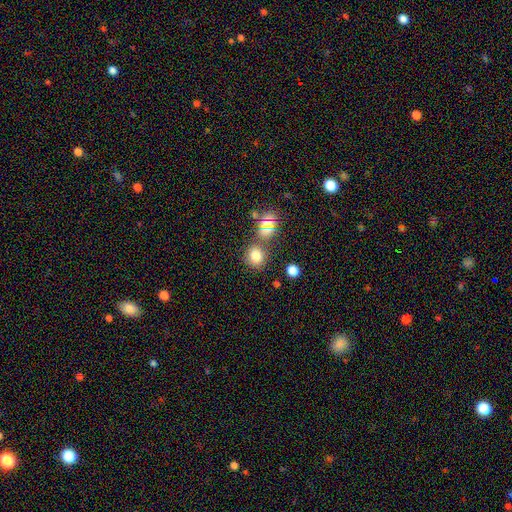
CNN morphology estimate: Smooth or featured: smooth — 73% (star or artifact — 19%)
How rounded: round — 75% (in between — 24%)
Merging: none — 71% (merger — 16%)